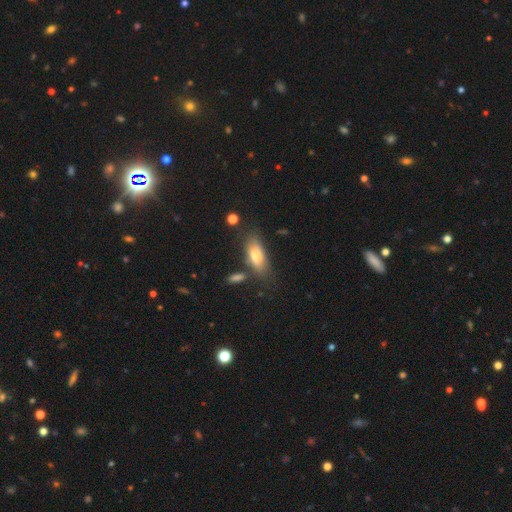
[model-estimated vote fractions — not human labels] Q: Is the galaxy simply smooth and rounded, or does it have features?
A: smooth — 71%.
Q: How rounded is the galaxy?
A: in between — 77%.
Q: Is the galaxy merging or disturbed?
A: none — 68%.